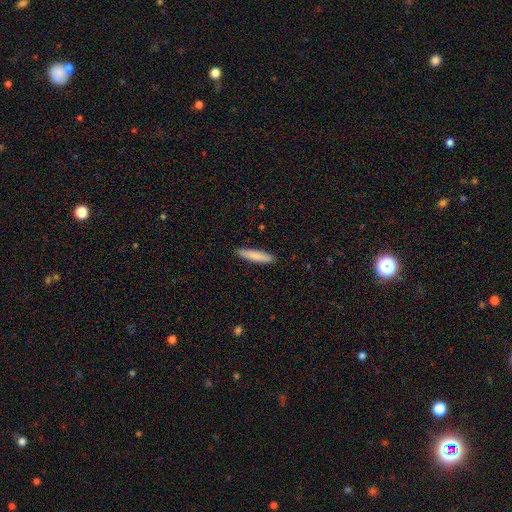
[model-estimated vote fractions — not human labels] This is clearly a smooth galaxy (83%). How rounded: clearly cigar-shaped (88%). Merging: clearly none (90%).